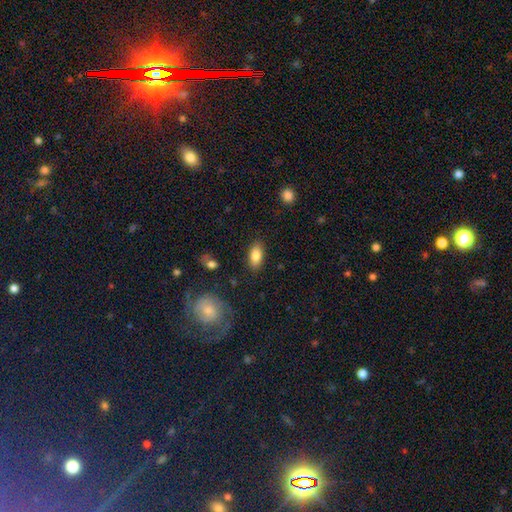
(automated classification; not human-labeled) The model was most divided on "smooth or featured": smooth: 82%, featured or disk: 10%, star or artifact: 7%. More confident: how rounded — in between (89%); merging — none (86%).